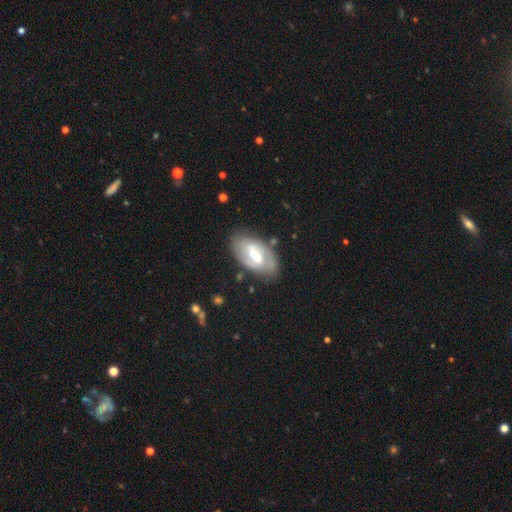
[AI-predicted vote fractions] A featured or disk galaxy (75%) with a strong bar (46%), 2 (80%) medium (43%) spiral arms (81%) and a moderate central bulge (60%).

Vote fractions:
- Smooth or featured? featured or disk: 75% / smooth: 19% / star or artifact: 5%
- Edge-on disk? no: 95% / yes: 5%
- Bar? strong: 46% / weak: 44% / no: 10%
- Spiral arms? yes: 81% / no: 19%
- Spiral winding? medium: 43% / tight: 40% / loose: 17%
- Spiral arm count? 2: 80% / can't tell: 13% / 1: 3% / 3: 2% / 4: 1% / more than 4: 1%
- Bulge size? moderate: 60% / small: 27% / large: 10% / none: 2% / dominant: 1%
- Merging? none: 78% / minor disturbance: 15% / major disturbance: 5% / merger: 2%